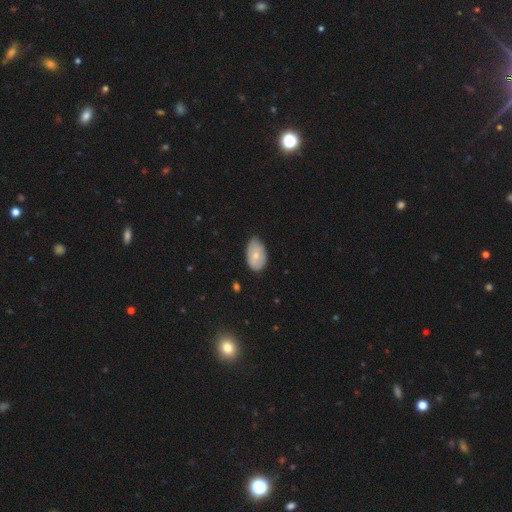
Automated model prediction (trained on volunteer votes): Overall: smooth (65%; featured or disk 29%). How rounded: in between (91%). Merging: none (68%).